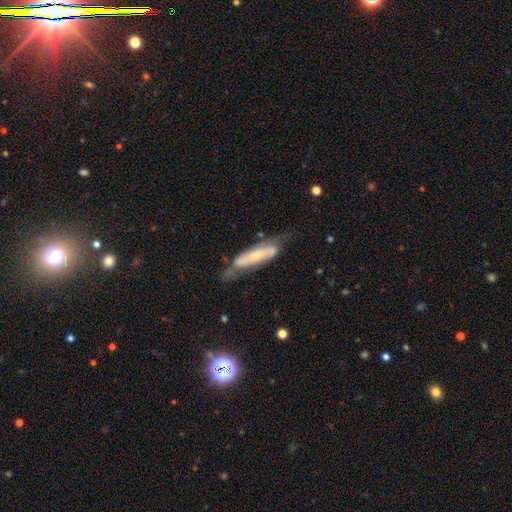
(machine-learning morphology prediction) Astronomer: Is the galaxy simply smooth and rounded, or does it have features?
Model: featured or disk — 62%.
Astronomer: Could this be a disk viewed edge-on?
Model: no — 61% (runner-up: yes, 39%).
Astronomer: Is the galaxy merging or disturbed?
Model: none — 49% (runner-up: minor disturbance, 29%).